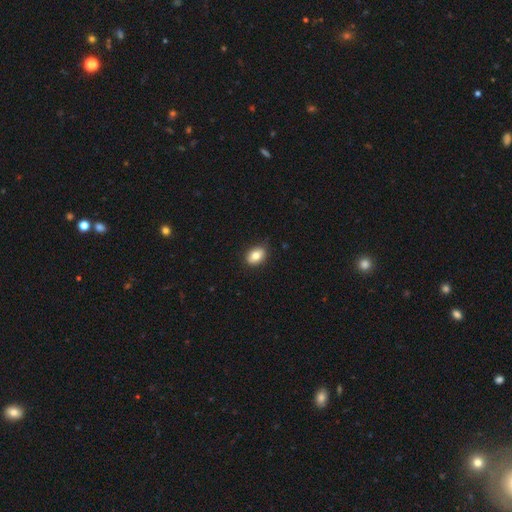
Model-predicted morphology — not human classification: The model was most divided on "how rounded": in between: 76%, round: 22%, cigar-shaped: 1%. More confident: merging — none (82%); smooth or featured — smooth (81%).